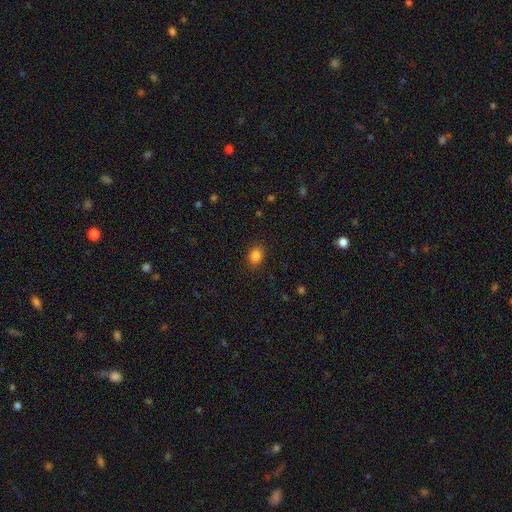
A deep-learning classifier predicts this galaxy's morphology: type=smooth (85%); roundness=in between (59%); merging=none (88%).